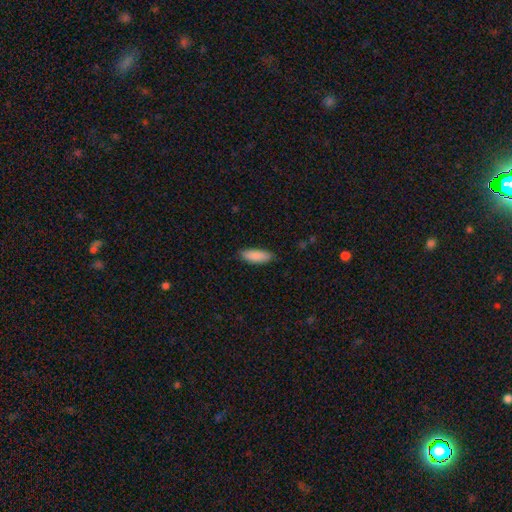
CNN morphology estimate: smooth-or-featured: smooth: 89% | star or artifact: 6% | featured or disk: 5%
  how-rounded: in between: 68% | cigar-shaped: 31% | round: 2%
  merging: none: 86% | minor disturbance: 11% | major disturbance: 2% | merger: 1%